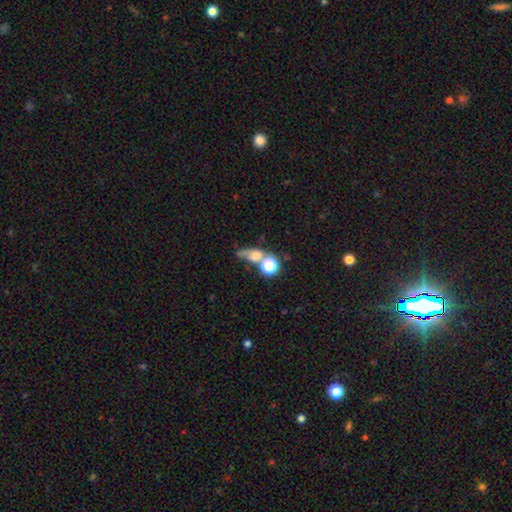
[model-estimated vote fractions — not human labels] smooth-or-featured: smooth: 57% | featured or disk: 23% | star or artifact: 20%
  how-rounded: in between: 45% (tied) | round: 45% (tied) | cigar-shaped: 10%
  merging: merger: 37% | none: 28% | major disturbance: 20% | minor disturbance: 15%